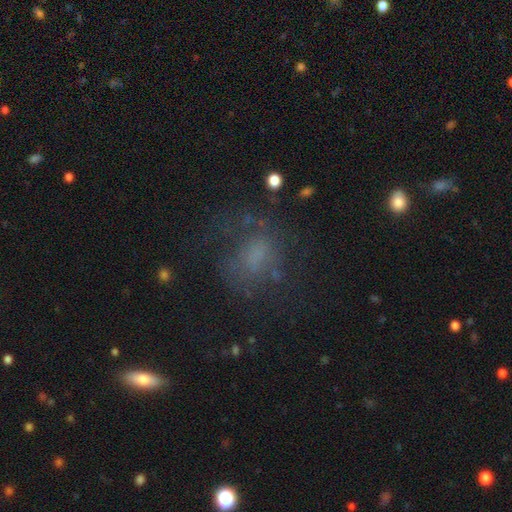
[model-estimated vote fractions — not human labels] Smooth or featured? Predicted: smooth (p=0.44). Merging? Predicted: none (p=0.53).